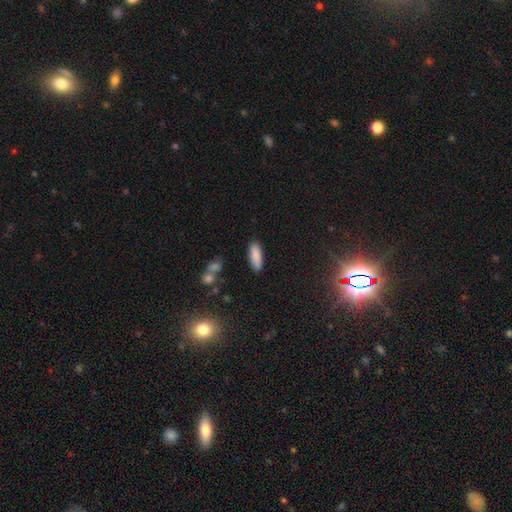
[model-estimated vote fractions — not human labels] Smooth or featured? smooth (88%)
How rounded? in between (58%)
Merging? none (87%)